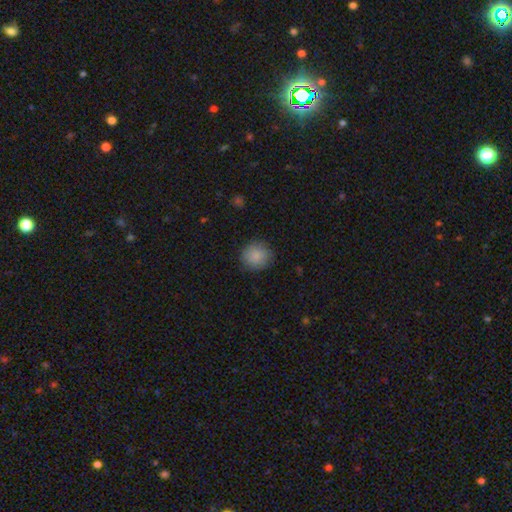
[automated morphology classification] smooth 87%, star or artifact 7%, featured or disk 6%. Down the decision tree: how rounded — round (90%); merging — none (85%).